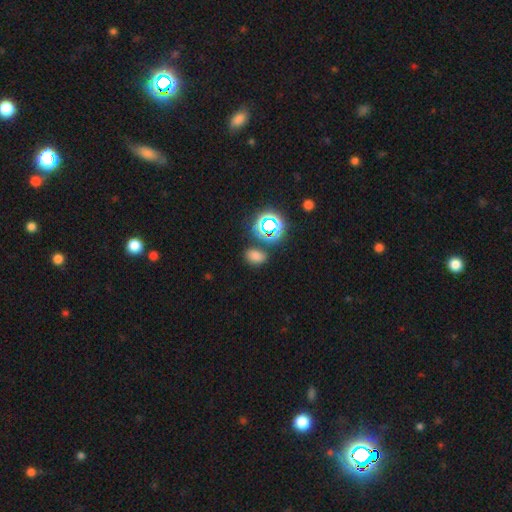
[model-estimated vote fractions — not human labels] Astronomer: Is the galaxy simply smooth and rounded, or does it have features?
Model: smooth — 67%.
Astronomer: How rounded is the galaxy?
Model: in between — 77%.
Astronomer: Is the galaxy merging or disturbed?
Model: none — 75%.